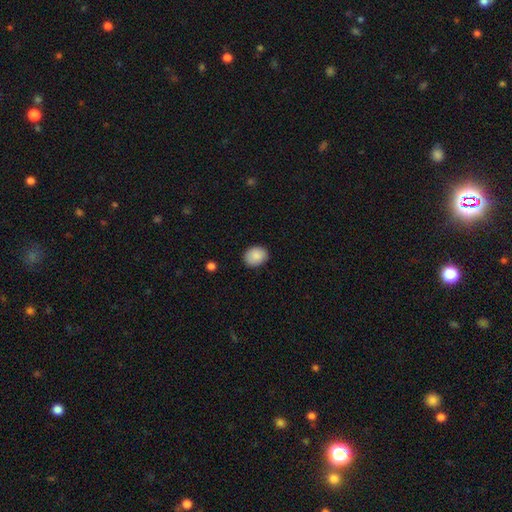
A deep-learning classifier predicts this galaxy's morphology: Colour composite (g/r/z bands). It shows a smooth galaxy with no disk features (88%) that is in between round and cigar-shaped (50%, tied with round). Merging: none (86%).